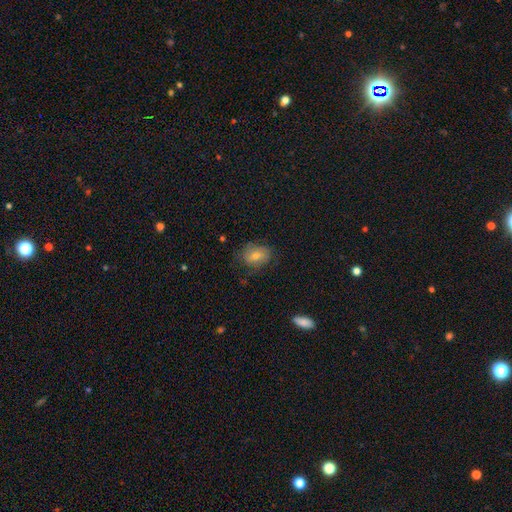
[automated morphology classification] Smooth or featured: smooth — 59% (featured or disk — 29%)
How rounded: in between — 64% (round — 34%)
Merging: none — 71% (minor disturbance — 20%)